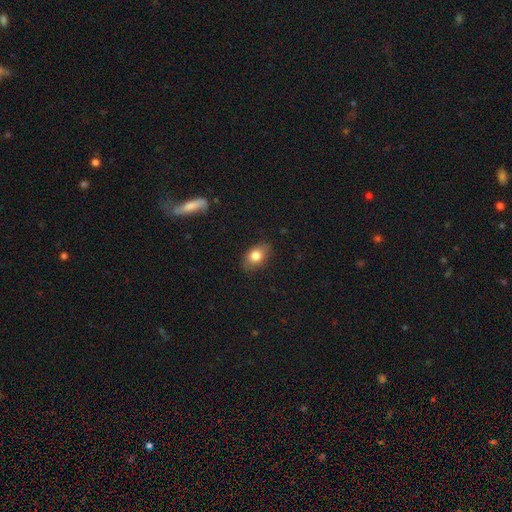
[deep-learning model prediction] This appears to be a smooth galaxy with no disk features (80%) that is in between round and cigar-shaped (81%). Merging: none (83%).